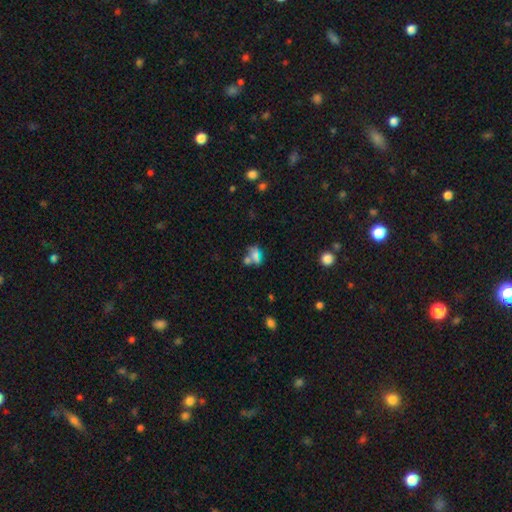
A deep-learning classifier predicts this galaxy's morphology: smooth-or-featured: smooth: 60% | featured or disk: 22% | star or artifact: 18%
  how-rounded: in between: 65% | round: 23% | cigar-shaped: 12%
  merging: none: 46% | merger: 34% | minor disturbance: 13% | major disturbance: 7%